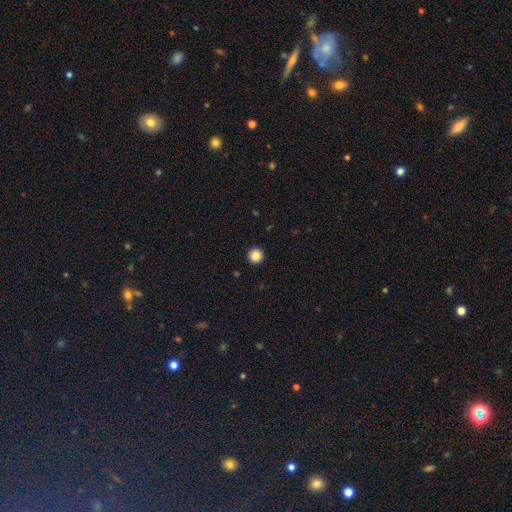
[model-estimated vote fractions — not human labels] Smooth or featured? smooth (87%)
How rounded? round (96%)
Merging? none (93%)